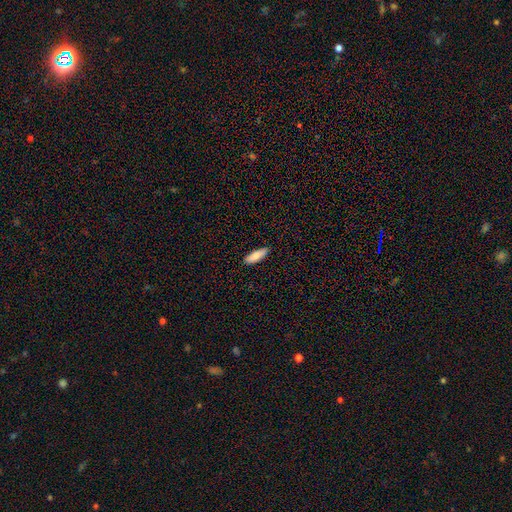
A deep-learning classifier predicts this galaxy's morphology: Q: Smooth or featured?
A: smooth (85%); runner-up: featured or disk (9%)
Q: How rounded?
A: in between (51%); runner-up: cigar-shaped (48%)
Q: Merging?
A: none (87%); runner-up: minor disturbance (10%)